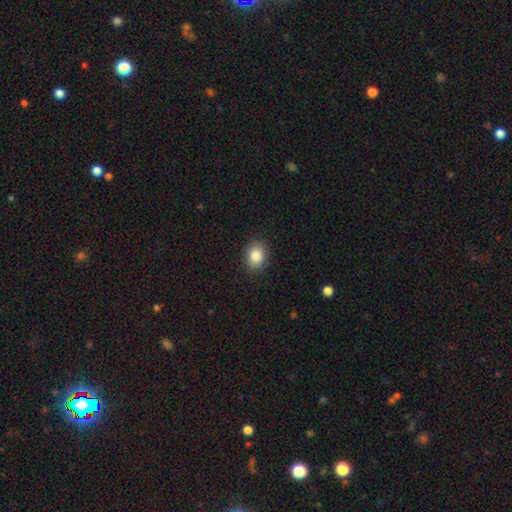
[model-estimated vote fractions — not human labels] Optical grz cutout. It shows a smooth galaxy with no disk features (86%) that is in between round and cigar-shaped (63%). Merging: none (88%).